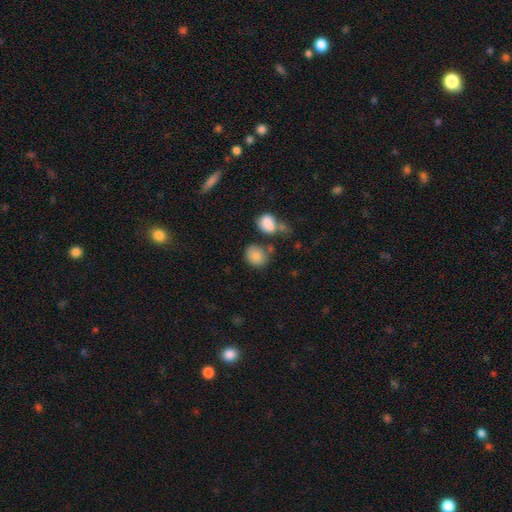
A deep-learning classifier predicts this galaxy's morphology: Smooth or featured? smooth (84%)
How rounded? round (62%)
Merging? none (66%)